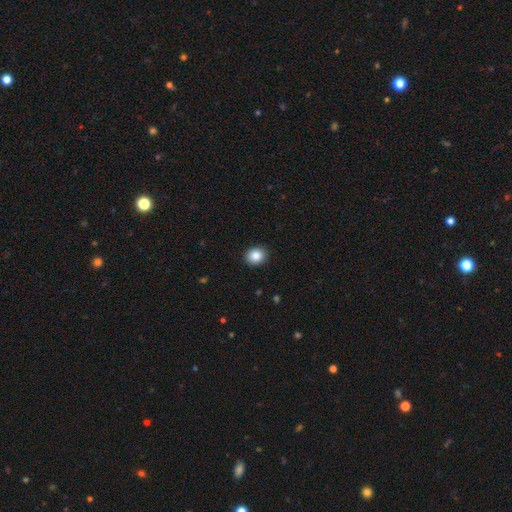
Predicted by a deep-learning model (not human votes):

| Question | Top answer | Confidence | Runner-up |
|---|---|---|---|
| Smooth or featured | smooth | 86% | star or artifact (9%) |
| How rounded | round | 75% | in between (24%) |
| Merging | none | 91% | minor disturbance (6%) |